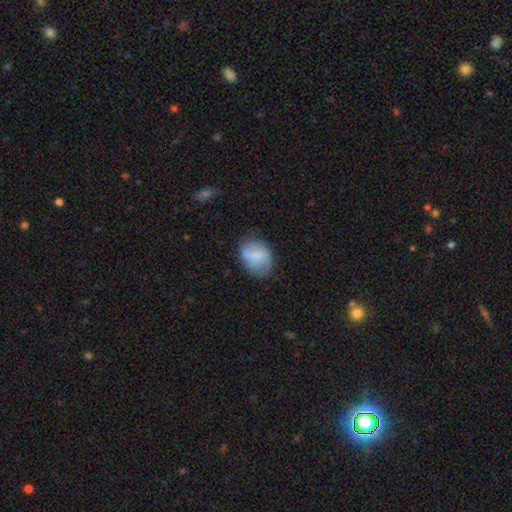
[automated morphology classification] Smooth or featured? Predicted: smooth (p=0.65). How rounded? Predicted: in between (p=0.55). Merging? Predicted: none (p=0.65).